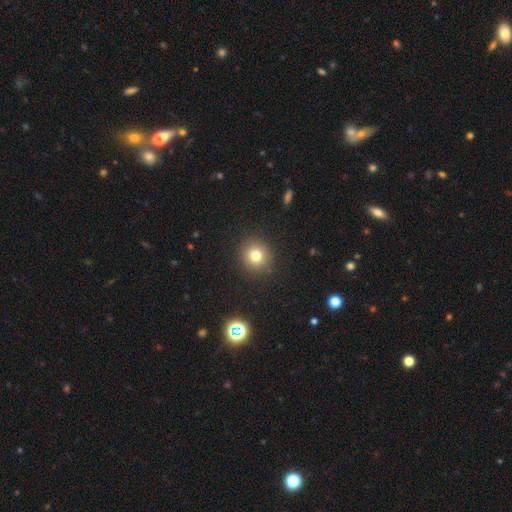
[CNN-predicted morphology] smooth_or_featured: smooth (p=0.77) [alt: star or artifact p=0.14]
how_rounded: round (p=0.92) [alt: in between p=0.07]
merging: none (p=0.90) [alt: minor disturbance p=0.06]